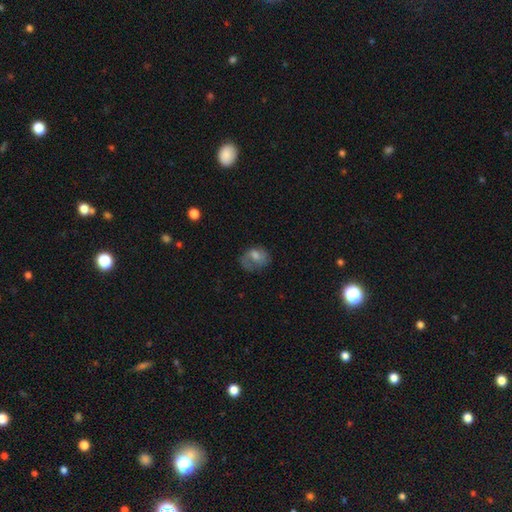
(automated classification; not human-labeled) A smooth galaxy with no disk features (48%).

Vote fractions:
- Smooth or featured? smooth: 48% / featured or disk: 39% / star or artifact: 13%
- Merging? none: 51% / minor disturbance: 26% / major disturbance: 21% / merger: 2%